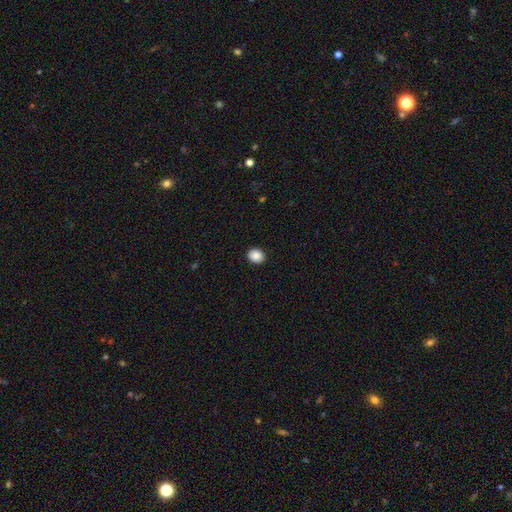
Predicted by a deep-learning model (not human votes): Smooth or featured? smooth (88%)
How rounded? round (62%)
Merging? none (91%)